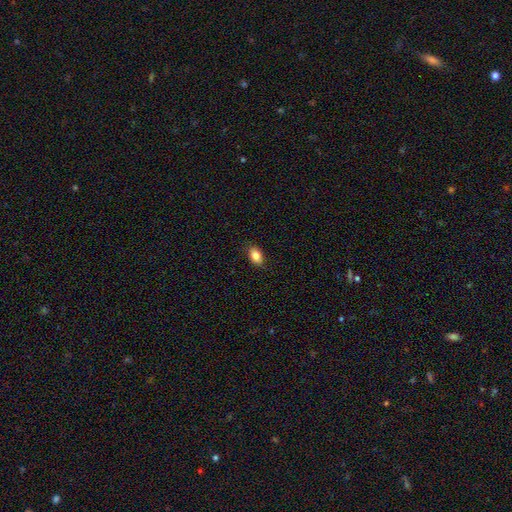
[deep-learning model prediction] Smooth or featured? smooth (84%)
How rounded? in between (86%)
Merging? none (87%)